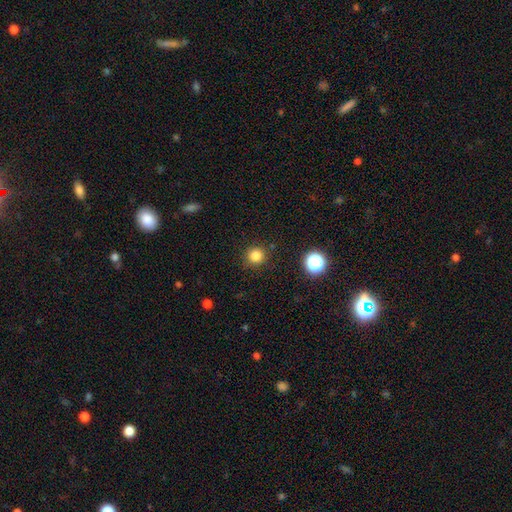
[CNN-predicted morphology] Q: Smooth or featured?
A: smooth (82%); runner-up: star or artifact (14%)
Q: How rounded?
A: round (94%); runner-up: in between (5%)
Q: Merging?
A: none (89%); runner-up: minor disturbance (7%)